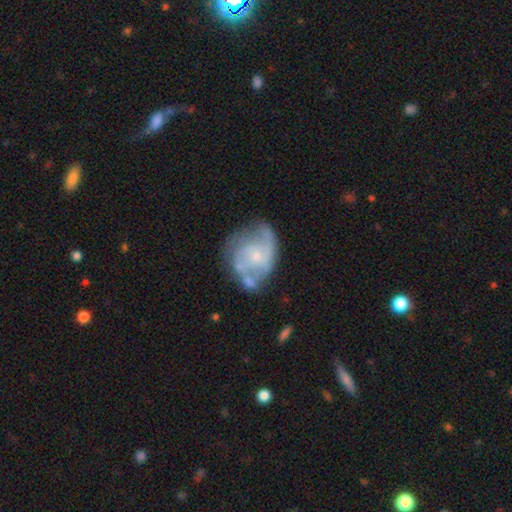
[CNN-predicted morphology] Q: Smooth or featured?
A: featured or disk (79%); runner-up: smooth (15%)
Q: Edge-on disk?
A: no (98%); runner-up: yes (2%)
Q: Bar?
A: no (67%); runner-up: weak (28%)
Q: Spiral arms?
A: yes (88%); runner-up: no (12%)
Q: Spiral winding?
A: medium (47%); runner-up: tight (28%)
Q: Spiral arm count?
A: 2 (51%); runner-up: can't tell (19%)
Q: Bulge size?
A: small (69%); runner-up: moderate (22%)
Q: Merging?
A: none (51%); runner-up: minor disturbance (25%)